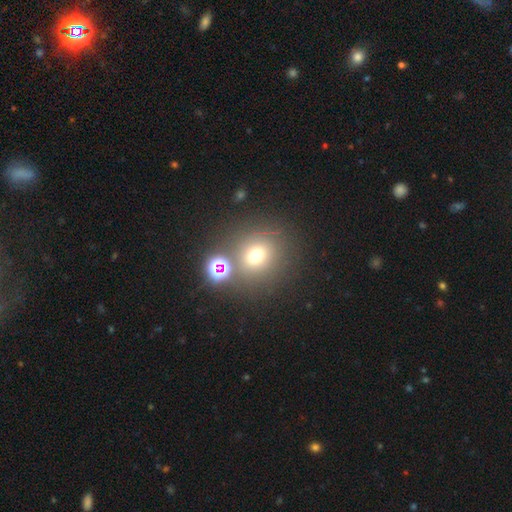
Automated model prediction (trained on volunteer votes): Overall: smooth (67%). How rounded: round (85%). Merging: none (74%).